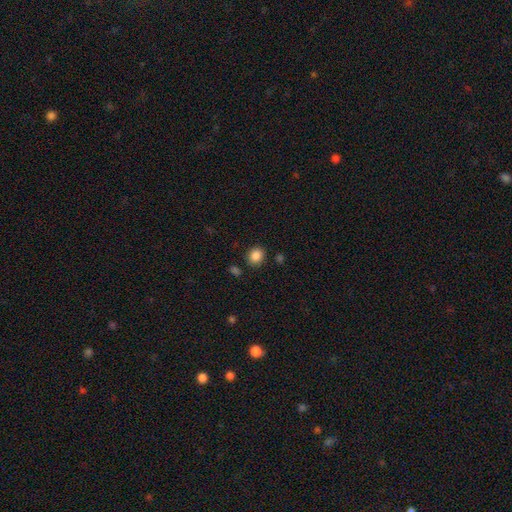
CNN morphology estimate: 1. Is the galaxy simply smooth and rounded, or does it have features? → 86% smooth, 10% star or artifact, 4% featured or disk.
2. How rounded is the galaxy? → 69% round, 30% in between, 1% cigar-shaped.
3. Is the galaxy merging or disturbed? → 85% none, 9% minor disturbance, 3% merger, 3% major disturbance.